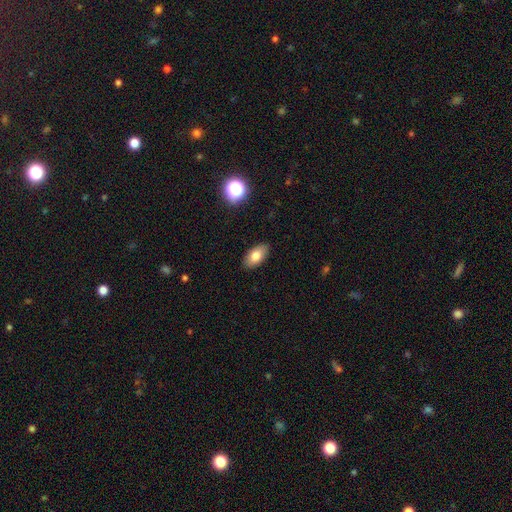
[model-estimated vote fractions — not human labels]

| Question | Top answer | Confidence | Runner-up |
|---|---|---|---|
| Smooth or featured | smooth | 79% | featured or disk (13%) |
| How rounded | in between | 92% | round (4%) |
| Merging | none | 88% | minor disturbance (9%) |